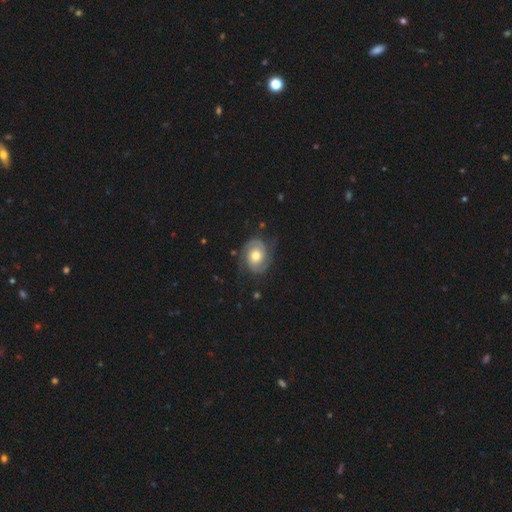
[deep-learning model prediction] The model was most divided on "spiral winding": tight: 53%, medium: 37%, loose: 10%. More confident: edge-on disk — no (98%); spiral arms — yes (96%); spiral arm count — 2 (90%); smooth or featured — featured or disk (85%); merging — none (78%); bar — no (75%); bulge size — moderate (74%).